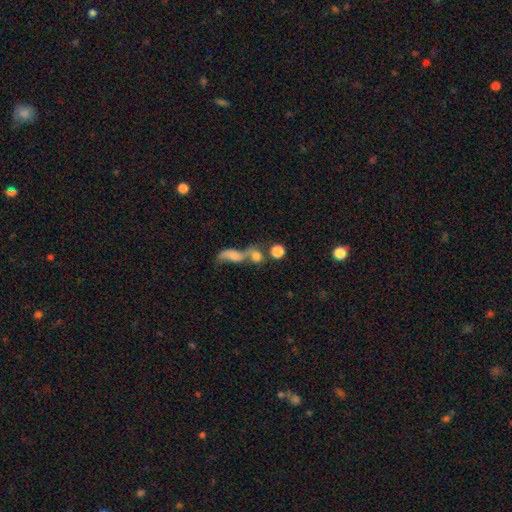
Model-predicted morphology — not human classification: This is likely a smooth galaxy (72%). How rounded: likely round (69%). Merging: possibly merger (55%).